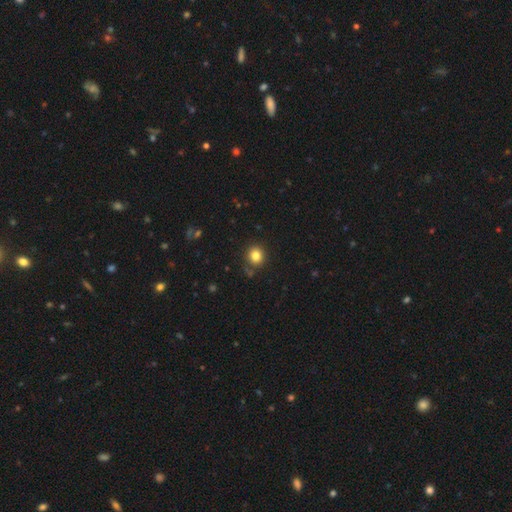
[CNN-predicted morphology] A smooth galaxy with no disk features (82%) that is round (87%).

Vote fractions:
- Smooth or featured? smooth: 82% / star or artifact: 12% / featured or disk: 6%
- How rounded? round: 87% / in between: 12% / cigar-shaped: 1%
- Merging? none: 85% / minor disturbance: 9% / merger: 3% / major disturbance: 3%